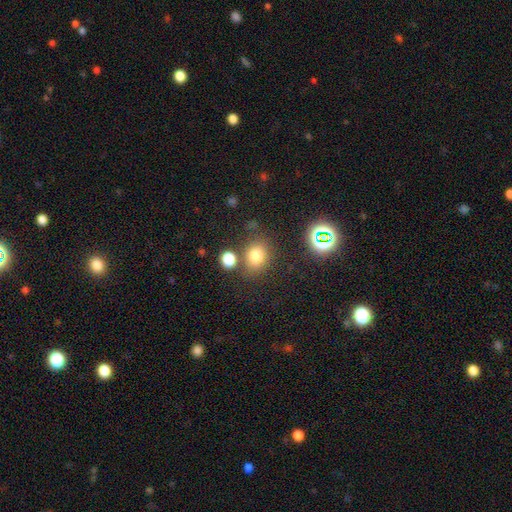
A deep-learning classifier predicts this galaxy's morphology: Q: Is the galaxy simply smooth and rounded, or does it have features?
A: smooth — 76%.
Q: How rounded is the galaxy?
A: round — 56%.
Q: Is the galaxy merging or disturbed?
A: none — 72%.